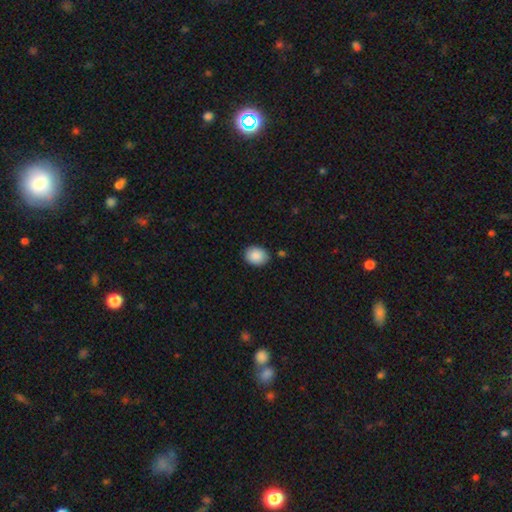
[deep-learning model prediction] Q: Smooth or featured?
A: smooth (89%); runner-up: star or artifact (7%)
Q: How rounded?
A: in between (52%); runner-up: round (47%)
Q: Merging?
A: none (85%); runner-up: minor disturbance (11%)